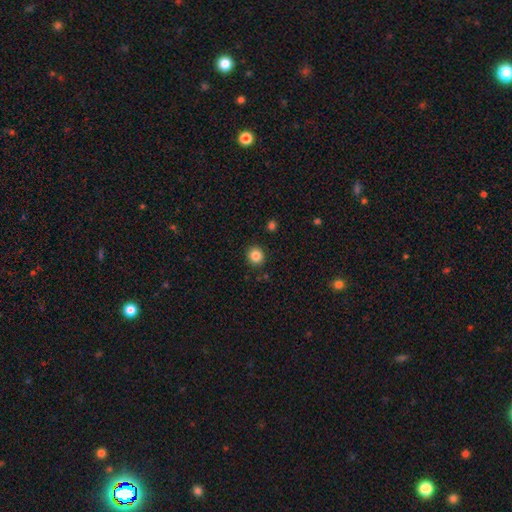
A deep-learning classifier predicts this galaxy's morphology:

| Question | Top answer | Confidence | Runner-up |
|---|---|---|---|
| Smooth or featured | smooth | 85% | star or artifact (11%) |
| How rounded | round | 90% | in between (9%) |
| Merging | none | 91% | minor disturbance (6%) |